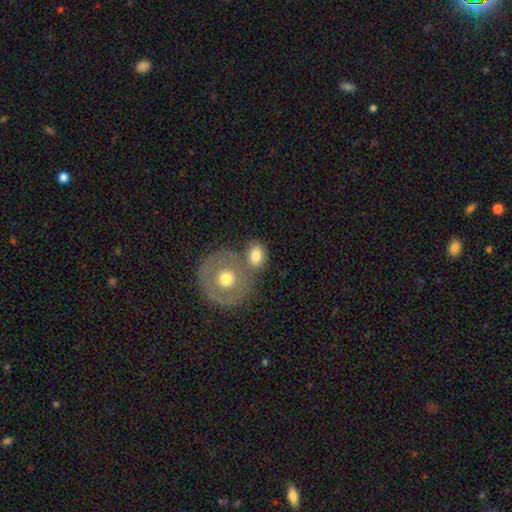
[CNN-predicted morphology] Smooth or featured?
  - smooth: 69% *
  - featured or disk: 25%
  - star or artifact: 6%
How rounded?
  - in between: 51% *
  - round: 47%
  - cigar-shaped: 2%
Merging?
  - none: 46% *
  - merger: 36%
  - minor disturbance: 13%
  - major disturbance: 5%